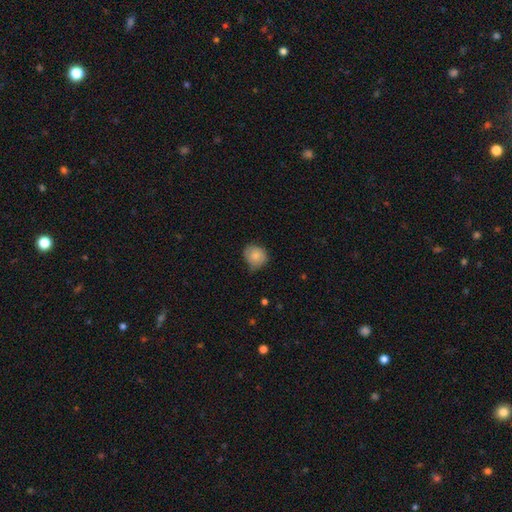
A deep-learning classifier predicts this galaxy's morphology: A smooth galaxy with no disk features (80%) that is round (80%). Merging: none (59%).